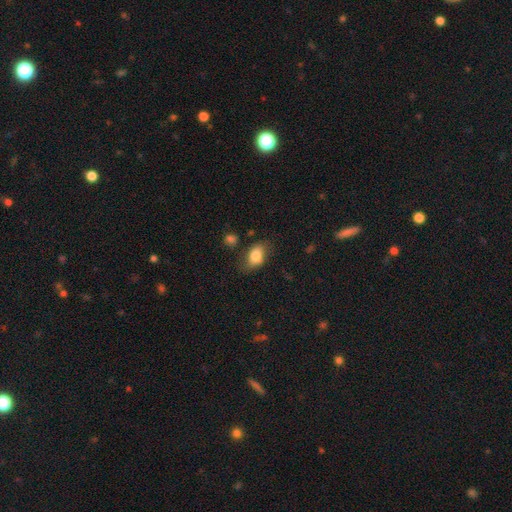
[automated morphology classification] Smooth or featured?
  - smooth: 80% *
  - featured or disk: 12%
  - star or artifact: 8%
How rounded?
  - in between: 84% *
  - round: 14%
  - cigar-shaped: 2%
Merging?
  - none: 67% *
  - minor disturbance: 22%
  - major disturbance: 7%
  - merger: 4%